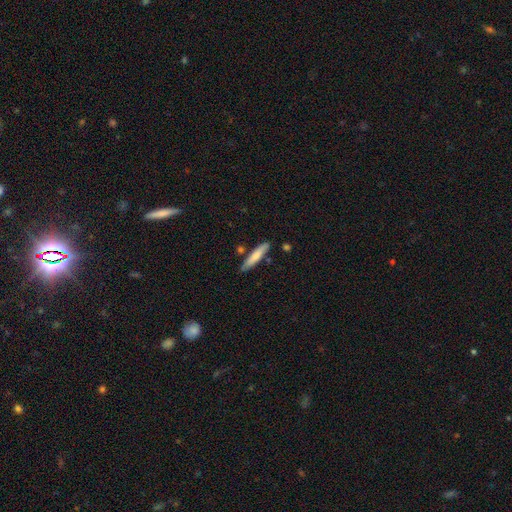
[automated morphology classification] Q: Smooth or featured?
A: smooth (73%); runner-up: featured or disk (22%)
Q: How rounded?
A: cigar-shaped (87%); runner-up: in between (12%)
Q: Merging?
A: none (79%); runner-up: minor disturbance (13%)